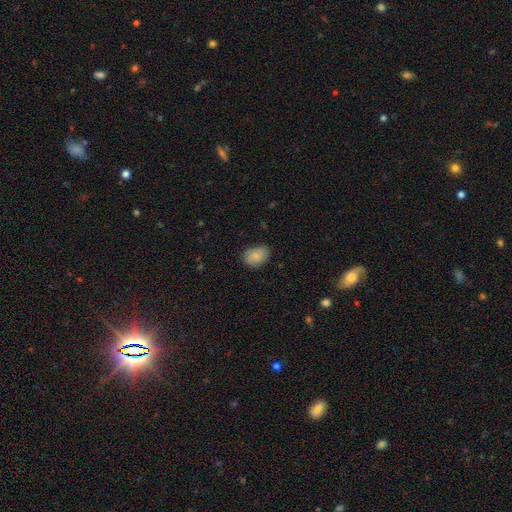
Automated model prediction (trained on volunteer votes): Overall: smooth (82%). How rounded: in between (77%). Merging: none (77%).